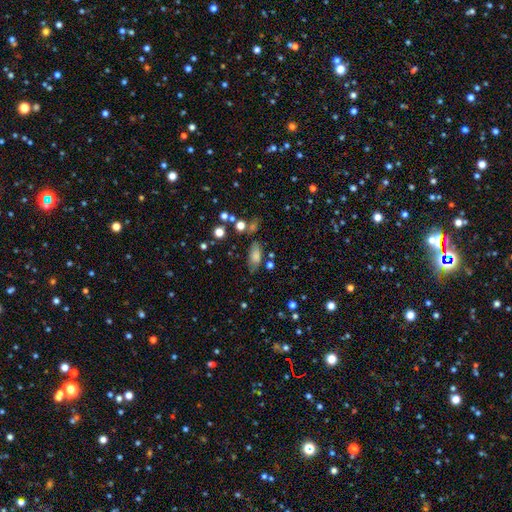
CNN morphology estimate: Smooth or featured?
  - smooth: 76% *
  - featured or disk: 13%
  - star or artifact: 11%
How rounded?
  - in between: 84% *
  - cigar-shaped: 12%
  - round: 4%
Merging?
  - none: 68% *
  - minor disturbance: 19%
  - merger: 7%
  - major disturbance: 6%